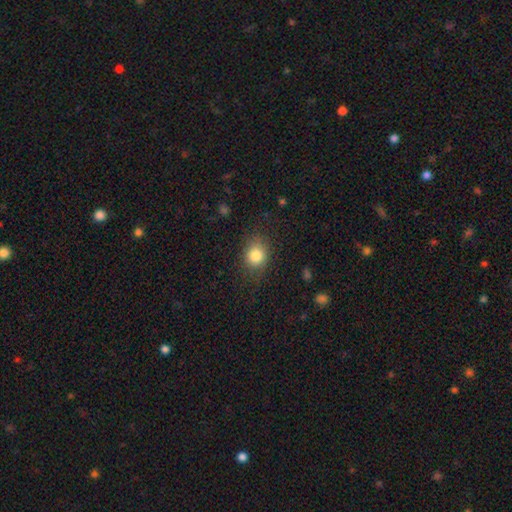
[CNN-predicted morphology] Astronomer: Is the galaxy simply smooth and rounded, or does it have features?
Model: smooth — 83%.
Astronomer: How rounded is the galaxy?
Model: round — 63%.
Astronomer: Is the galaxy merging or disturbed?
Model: none — 78%.